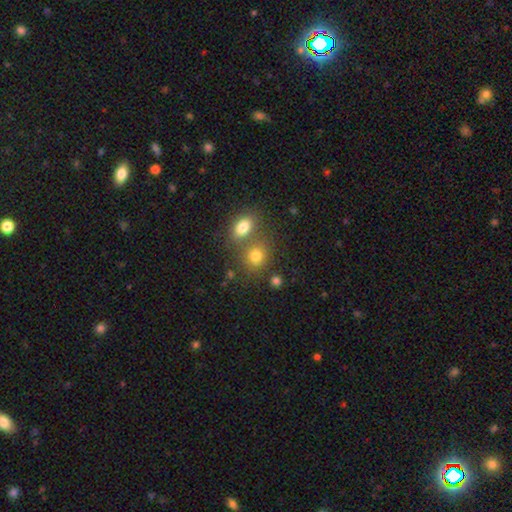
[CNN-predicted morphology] Q: Smooth or featured?
A: smooth (75%); runner-up: star or artifact (15%)
Q: How rounded?
A: round (65%); runner-up: in between (34%)
Q: Merging?
A: none (53%); runner-up: merger (35%)